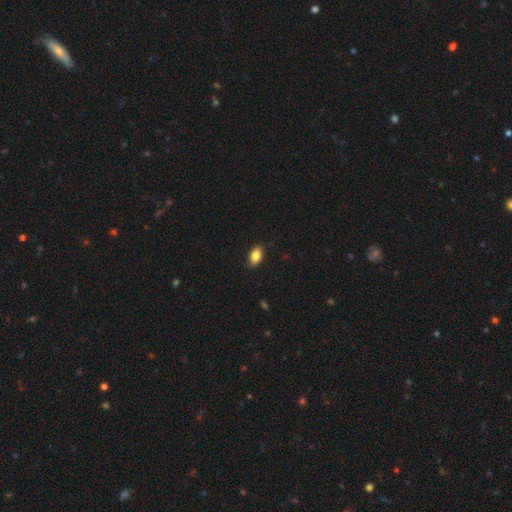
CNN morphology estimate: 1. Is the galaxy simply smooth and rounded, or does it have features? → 86% smooth, 8% star or artifact, 7% featured or disk.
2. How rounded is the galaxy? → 89% in between, 8% round, 3% cigar-shaped.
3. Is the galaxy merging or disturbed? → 86% none, 11% minor disturbance, 2% major disturbance, 1% merger.